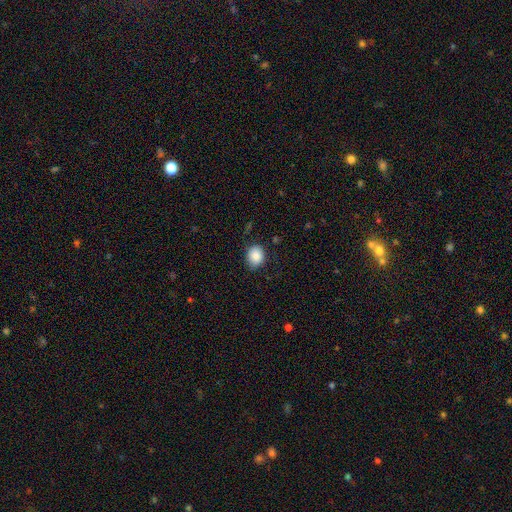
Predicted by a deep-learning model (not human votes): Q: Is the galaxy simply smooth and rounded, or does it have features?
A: smooth — 87%.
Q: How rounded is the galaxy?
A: round — 53%.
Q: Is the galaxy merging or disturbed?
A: none — 82%.